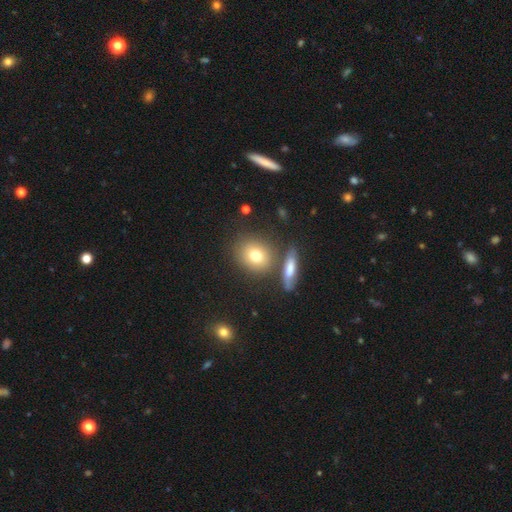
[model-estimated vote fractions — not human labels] Smooth or featured? Predicted: smooth (p=0.75). How rounded? Predicted: round (p=0.68). Merging? Predicted: none (p=0.72).